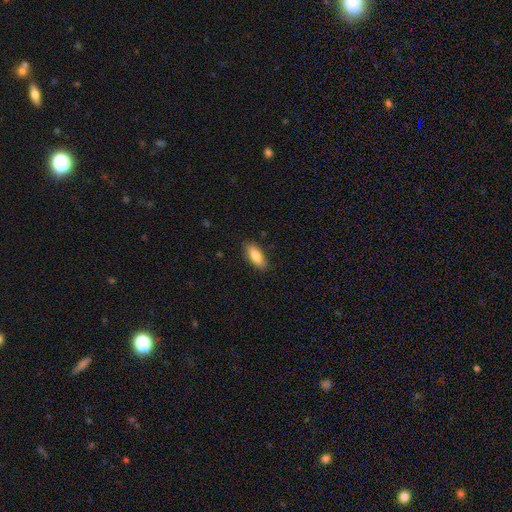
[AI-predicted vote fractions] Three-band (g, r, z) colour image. It shows a smooth galaxy with no disk features (82%) that is in between round and cigar-shaped (76%). Merging: none (85%).